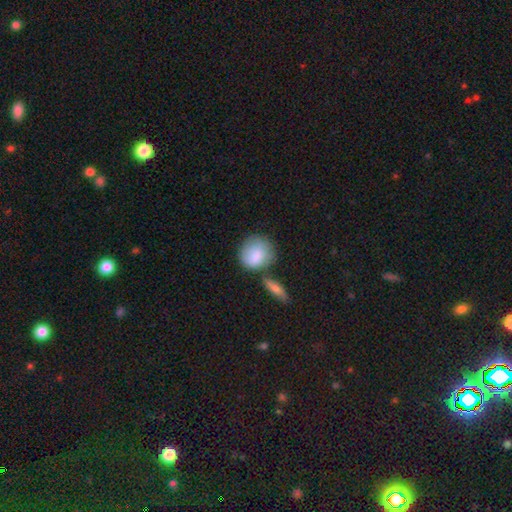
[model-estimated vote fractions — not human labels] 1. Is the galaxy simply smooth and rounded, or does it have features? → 84% smooth, 10% featured or disk, 6% star or artifact.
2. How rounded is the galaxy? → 78% round, 20% in between, 2% cigar-shaped.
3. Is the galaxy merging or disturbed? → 57% none, 19% minor disturbance, 18% merger, 7% major disturbance.